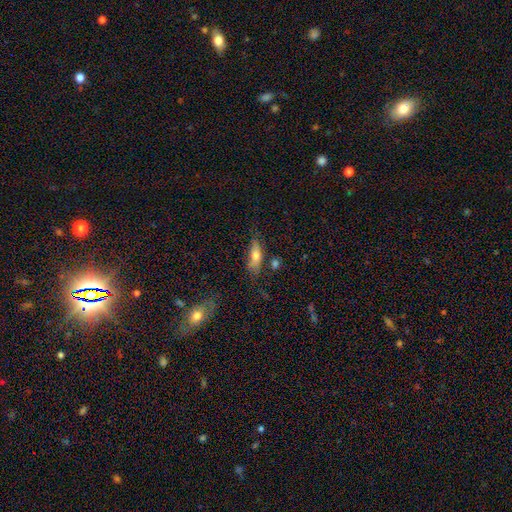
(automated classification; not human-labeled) Q: Smooth or featured?
A: smooth (68%); runner-up: featured or disk (24%)
Q: How rounded?
A: in between (62%); runner-up: cigar-shaped (35%)
Q: Merging?
A: none (61%); runner-up: minor disturbance (24%)